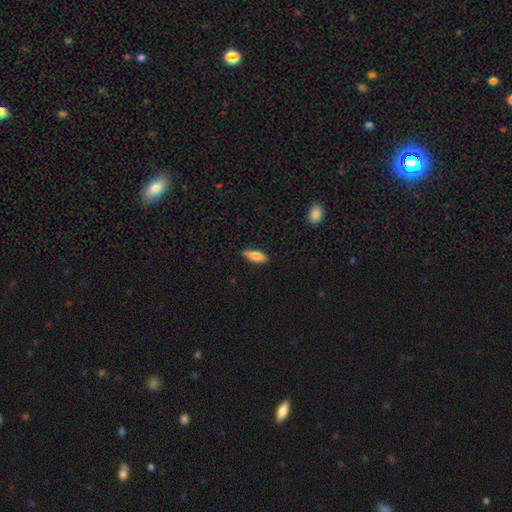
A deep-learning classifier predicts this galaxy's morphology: type=smooth (76%); roundness=in between (65%); merging=none (85%).